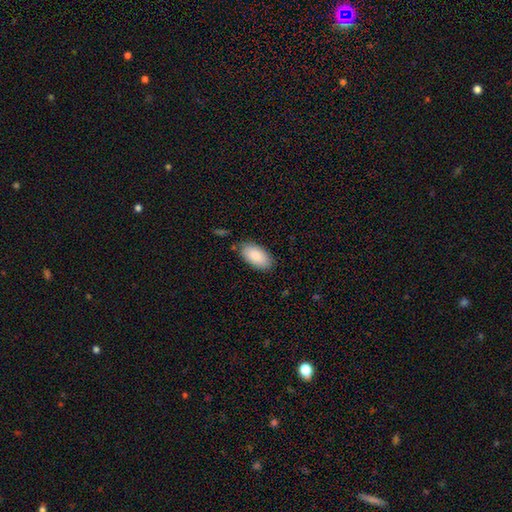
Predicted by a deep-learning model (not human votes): Smooth or featured: smooth — 88% (featured or disk — 6%)
How rounded: in between — 95% (cigar-shaped — 3%)
Merging: none — 83% (minor disturbance — 12%)